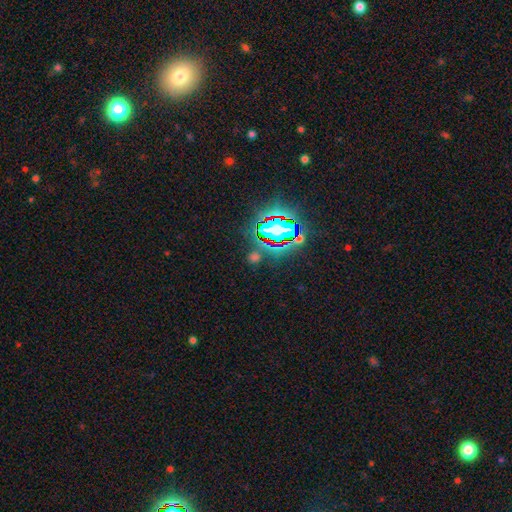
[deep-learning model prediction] This appears to be a star or artifact, not a galaxy (69%).